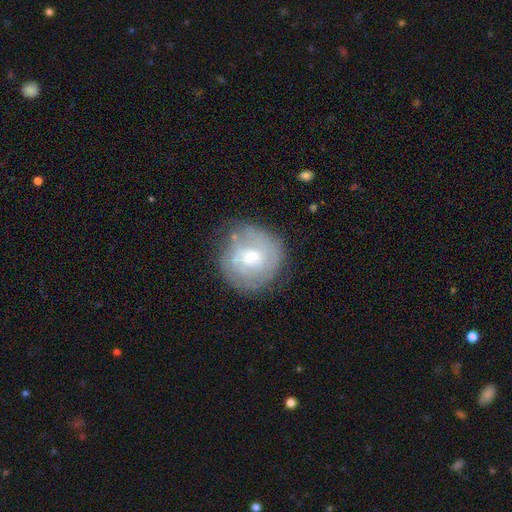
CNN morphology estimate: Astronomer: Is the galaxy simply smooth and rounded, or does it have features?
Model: featured or disk — 57% (runner-up: smooth, 35%).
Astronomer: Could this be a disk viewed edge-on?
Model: no — 97%.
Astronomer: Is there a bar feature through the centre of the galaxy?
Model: no — 49% (runner-up: weak, 43%).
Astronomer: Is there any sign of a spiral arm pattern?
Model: yes — 62% (runner-up: no, 38%).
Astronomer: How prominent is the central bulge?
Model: moderate — 50% (runner-up: small, 42%).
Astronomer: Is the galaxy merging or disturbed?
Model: none — 69%.